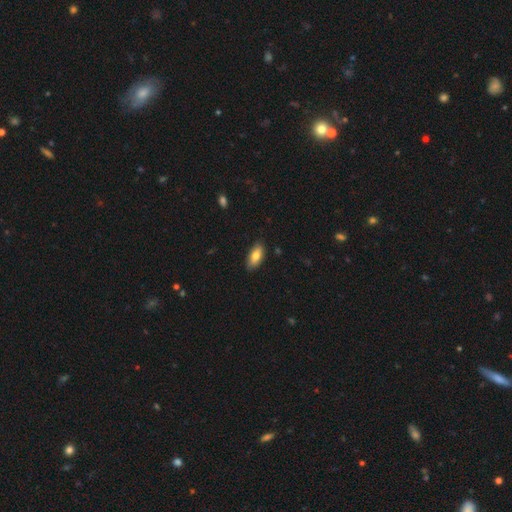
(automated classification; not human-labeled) This appears to be a smooth galaxy with no disk features (77%) that is in between round and cigar-shaped (87%). Merging: none (84%).